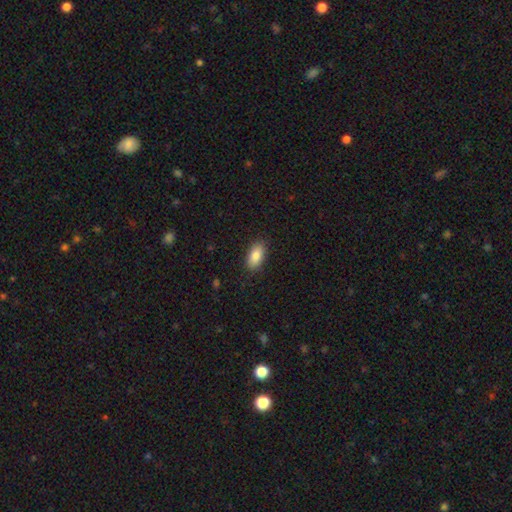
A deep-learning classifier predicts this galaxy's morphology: This is clearly a smooth galaxy (86%). How rounded: clearly in between (91%). Merging: clearly none (86%).